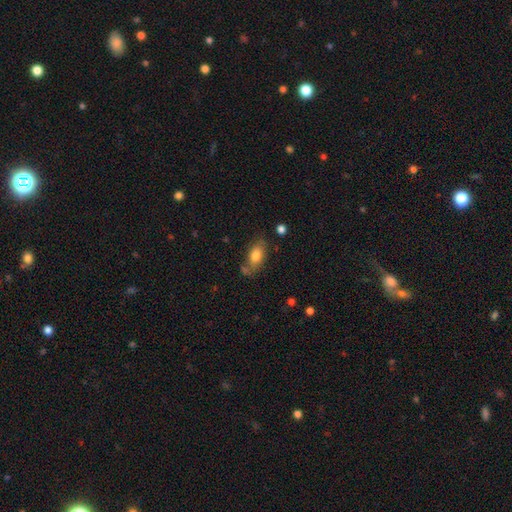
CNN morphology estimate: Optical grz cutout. It shows a smooth galaxy with no disk features (78%) that is in between round and cigar-shaped (87%). Merging: none (65%).